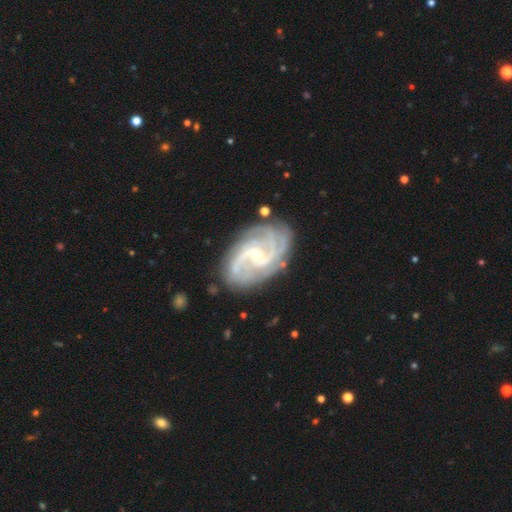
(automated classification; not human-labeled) This is clearly a featured or disk galaxy (92%). It is clearly not viewed edge-on (97%). Bar: marginally weak (44%, tied with no). Spiral arm pattern: clearly yes (98%). Spiral arm count: marginally 2 (33%). Spiral winding: possibly medium (45%). Central bulge: likely small (71%). Merging: likely none (77%).